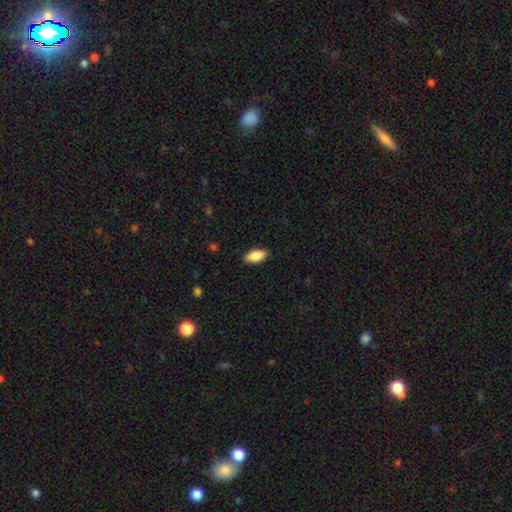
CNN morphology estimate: Overall: smooth (85%). How rounded: in between (89%). Merging: none (88%).